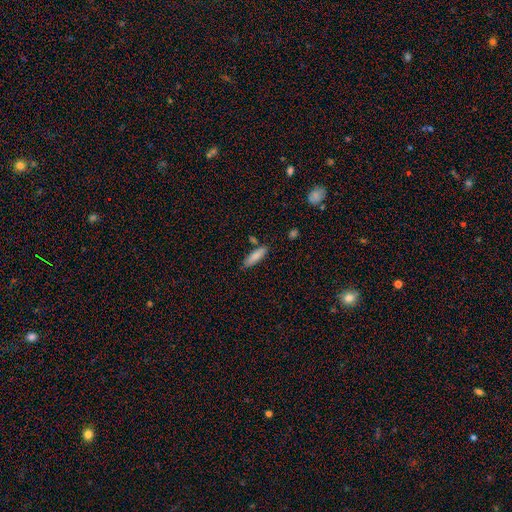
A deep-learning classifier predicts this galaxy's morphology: This is clearly a smooth galaxy (82%). How rounded: likely cigar-shaped (61%). Merging: likely none (79%).